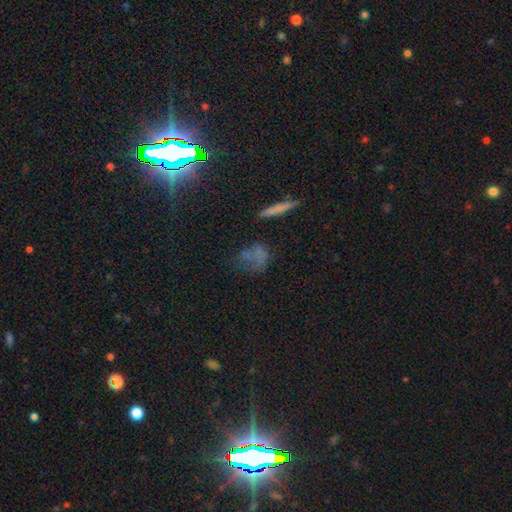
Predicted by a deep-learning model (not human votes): The model was most divided on "how rounded": in between: 46%, round: 40%, cigar-shaped: 14%. Remaining: smooth or featured — smooth (53%); merging — none (45%).